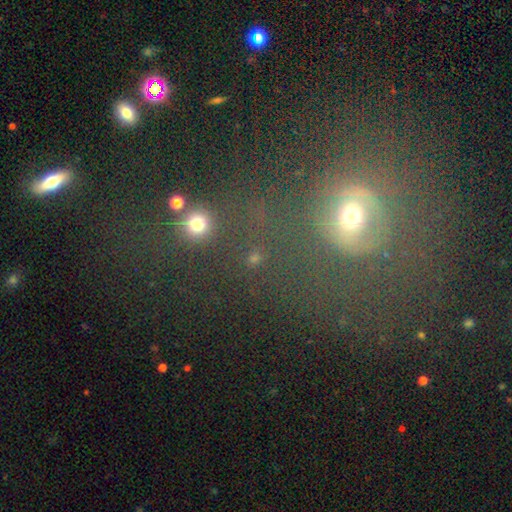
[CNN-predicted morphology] Smooth or featured? smooth (52%)
How rounded? round (84%)
Merging? none (70%)